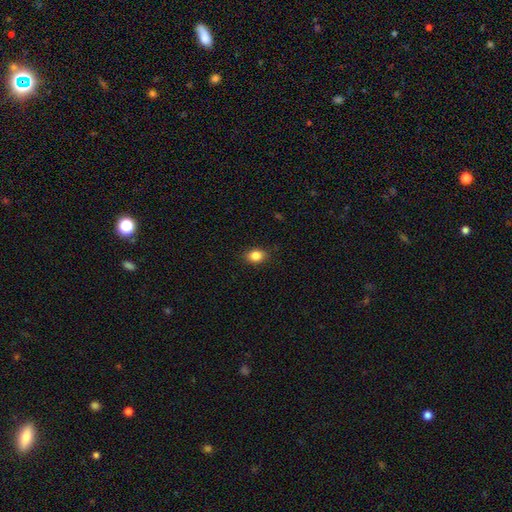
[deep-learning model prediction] Smooth or featured? Predicted: smooth (p=0.86). How rounded? Predicted: in between (p=0.66). Merging? Predicted: none (p=0.87).